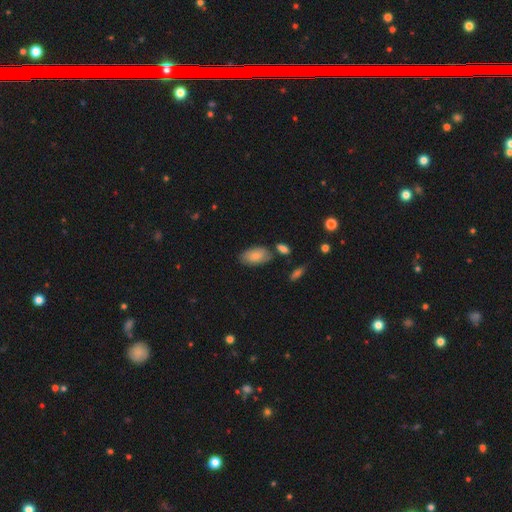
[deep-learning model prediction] smooth_or_featured: smooth (p=0.81) [alt: featured or disk p=0.12]
how_rounded: in between (p=0.94) [alt: round p=0.04]
merging: none (p=0.72) [alt: minor disturbance p=0.18]